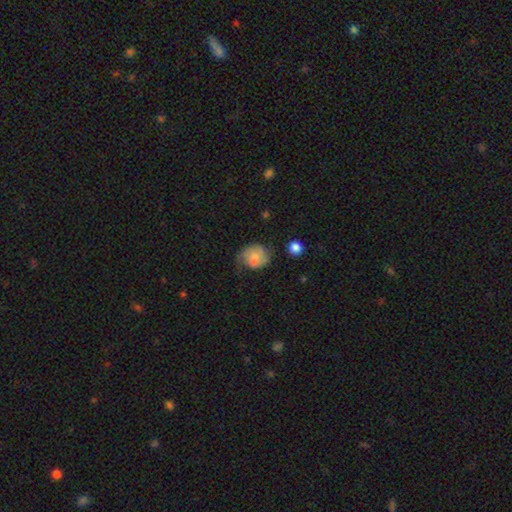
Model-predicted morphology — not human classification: A smooth galaxy with no disk features (51%) that is round (62%). Merging: none (45%).